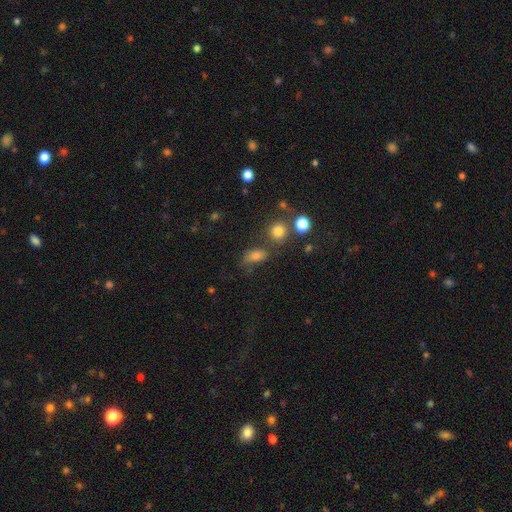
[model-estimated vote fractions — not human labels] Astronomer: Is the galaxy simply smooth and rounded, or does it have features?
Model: smooth — 76%.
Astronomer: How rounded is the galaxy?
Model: in between — 78%.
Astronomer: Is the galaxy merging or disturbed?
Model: none — 57%.